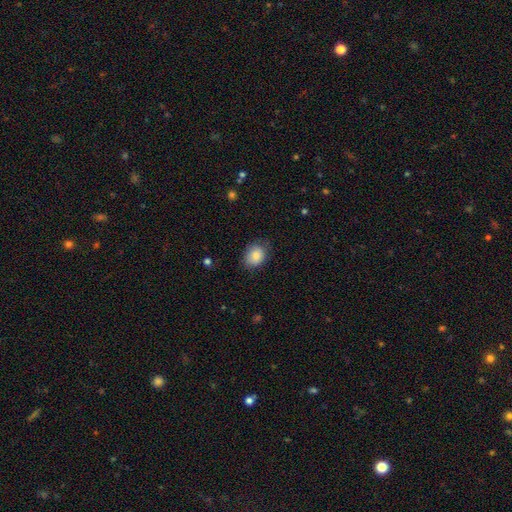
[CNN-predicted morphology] This is clearly a smooth galaxy (85%). How rounded: possibly in between (53%). Merging: likely none (73%).